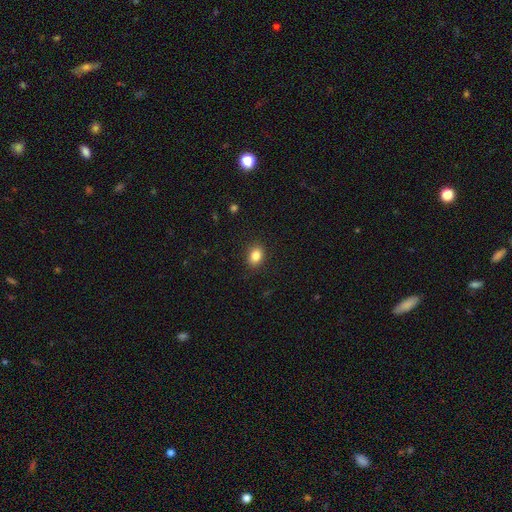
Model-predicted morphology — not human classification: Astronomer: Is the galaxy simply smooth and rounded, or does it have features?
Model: smooth — 85%.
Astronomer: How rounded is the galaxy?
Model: in between — 62%.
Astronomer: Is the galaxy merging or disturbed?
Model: none — 89%.